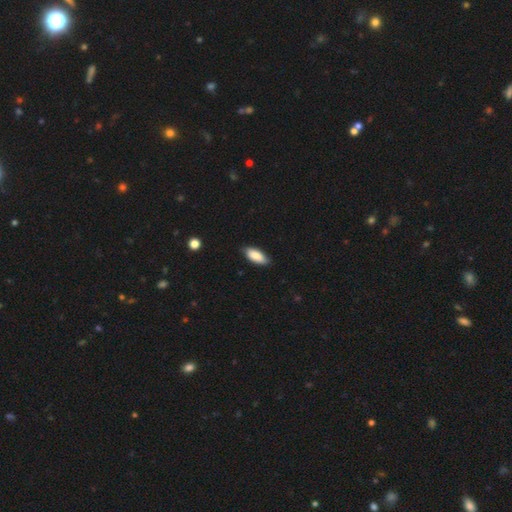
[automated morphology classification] Overall: smooth (86%). How rounded: in between (85%). Merging: none (81%).